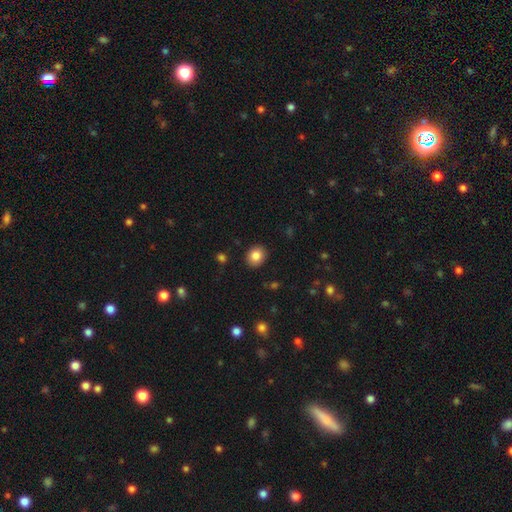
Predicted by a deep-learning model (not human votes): Q: Smooth or featured?
A: smooth (84%); runner-up: star or artifact (9%)
Q: How rounded?
A: round (63%); runner-up: in between (36%)
Q: Merging?
A: none (90%); runner-up: minor disturbance (7%)